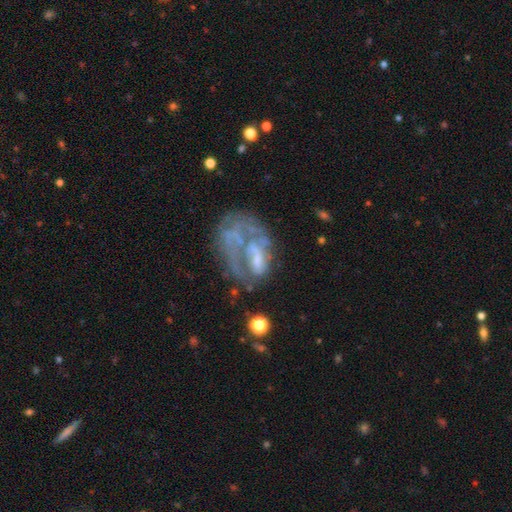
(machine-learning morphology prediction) type=featured or disk (66%); edge-on=no (97%); bar=no (71%); spiral arms=no (69%); bulge=none (53%); merging=major disturbance (39%).